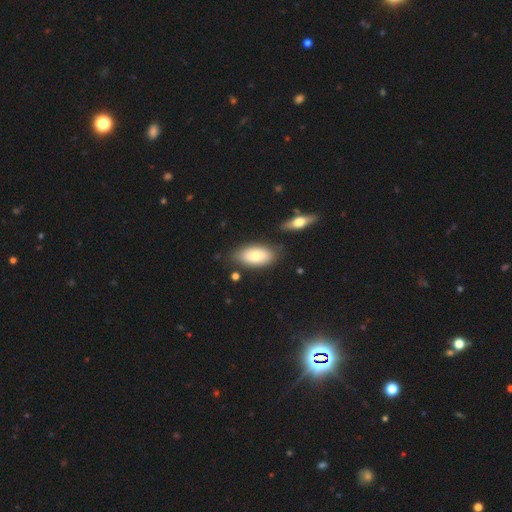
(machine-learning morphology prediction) Smooth or featured?
  - smooth: 79% *
  - featured or disk: 15%
  - star or artifact: 6%
How rounded?
  - in between: 92% *
  - cigar-shaped: 5%
  - round: 3%
Merging?
  - none: 76% *
  - minor disturbance: 14%
  - merger: 7%
  - major disturbance: 3%